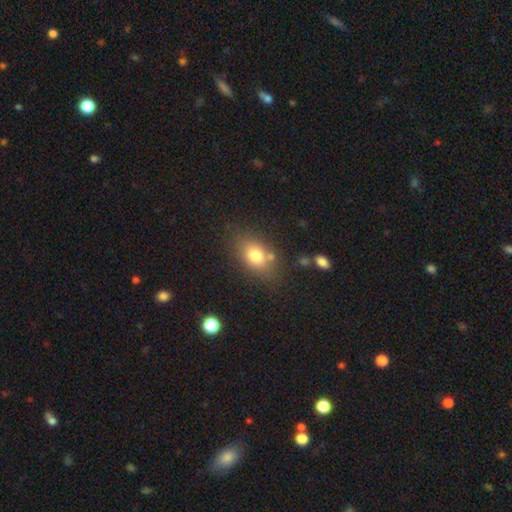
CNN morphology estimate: Smooth or featured? smooth (76%)
How rounded? in between (70%)
Merging? none (71%)